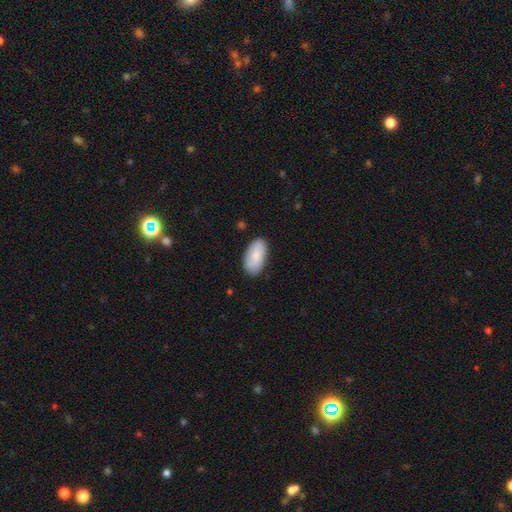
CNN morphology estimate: A smooth galaxy with no disk features (85%) that is in between round and cigar-shaped (95%). Merging: none (84%).